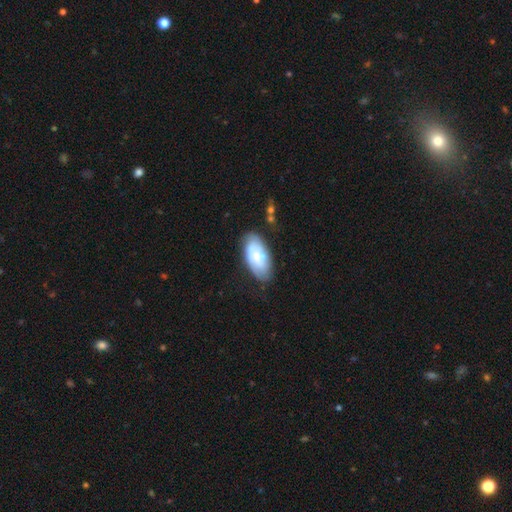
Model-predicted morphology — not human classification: A smooth galaxy with no disk features (48%).

Vote fractions:
- Smooth or featured? smooth: 48% / featured or disk: 45% / star or artifact: 7%
- Merging? none: 65% / minor disturbance: 22% / merger: 7% / major disturbance: 6%